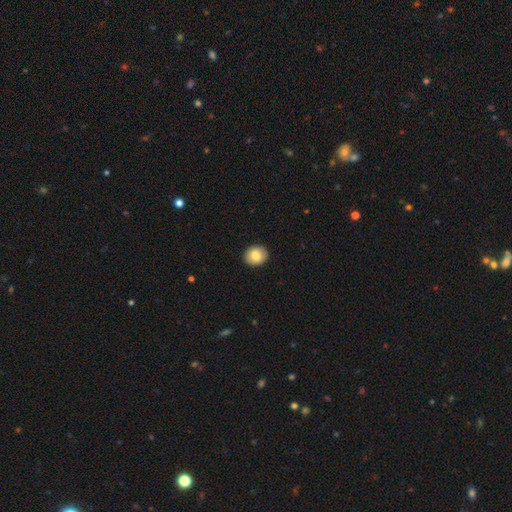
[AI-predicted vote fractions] Smooth or featured? smooth (82%)
How rounded? round (64%)
Merging? none (91%)